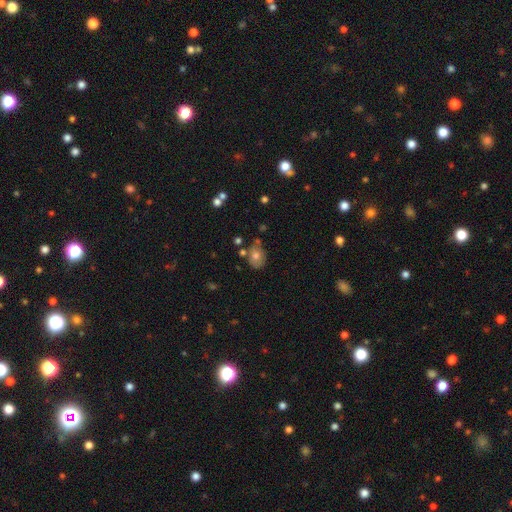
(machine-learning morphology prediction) Smooth or featured? Predicted: smooth (p=0.70). How rounded? Predicted: in between (p=0.64). Merging? Predicted: none (p=0.61).